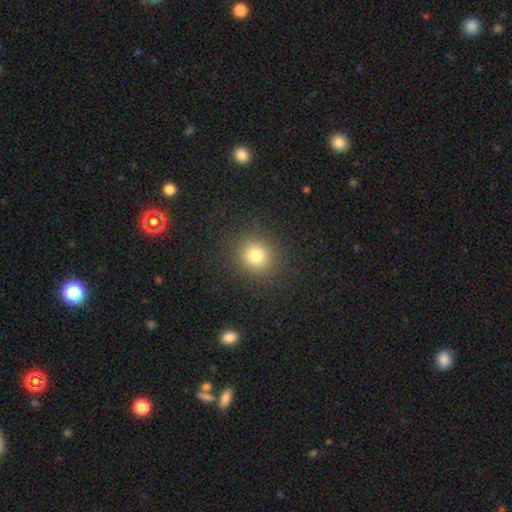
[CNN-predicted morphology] smooth 79%, star or artifact 15%, featured or disk 7%. Down the decision tree: how rounded — round (87%); merging — none (89%).